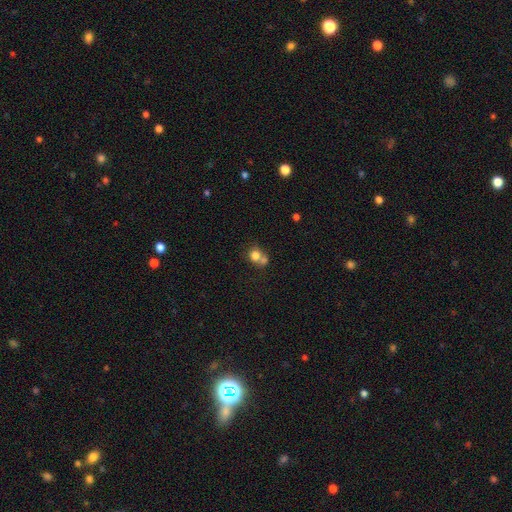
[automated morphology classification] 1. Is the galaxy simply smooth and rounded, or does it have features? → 77% smooth, 13% featured or disk, 10% star or artifact.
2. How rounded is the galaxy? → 73% round, 26% in between, 1% cigar-shaped.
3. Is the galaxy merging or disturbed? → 55% merger, 32% none, 8% minor disturbance, 5% major disturbance.